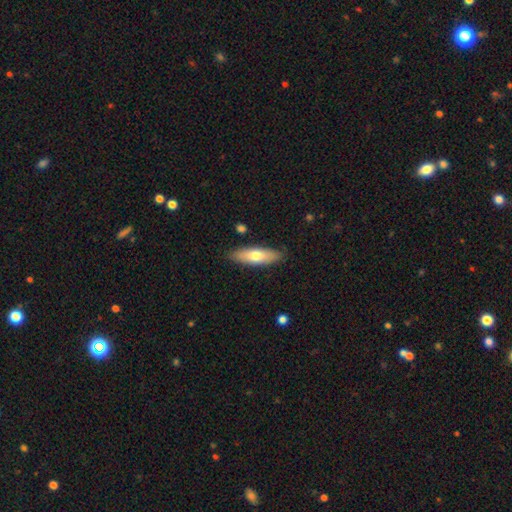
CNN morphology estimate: Smooth or featured? Predicted: smooth (p=0.66). How rounded? Predicted: in between (p=0.52). Merging? Predicted: none (p=0.86).